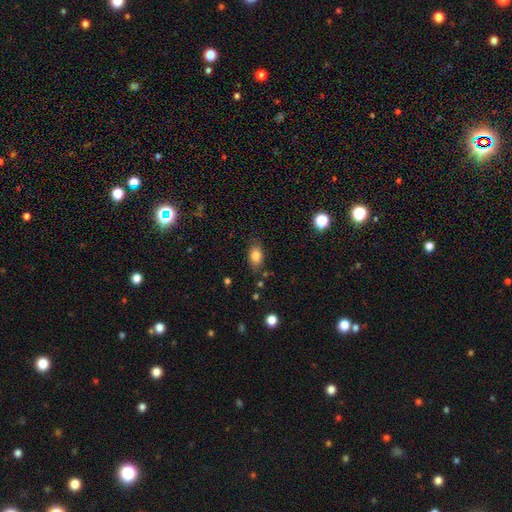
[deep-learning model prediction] smooth-or-featured: smooth: 82% | star or artifact: 9% | featured or disk: 9%
  how-rounded: in between: 83% | round: 14% | cigar-shaped: 3%
  merging: none: 79% | minor disturbance: 15% | major disturbance: 3% | merger: 2%